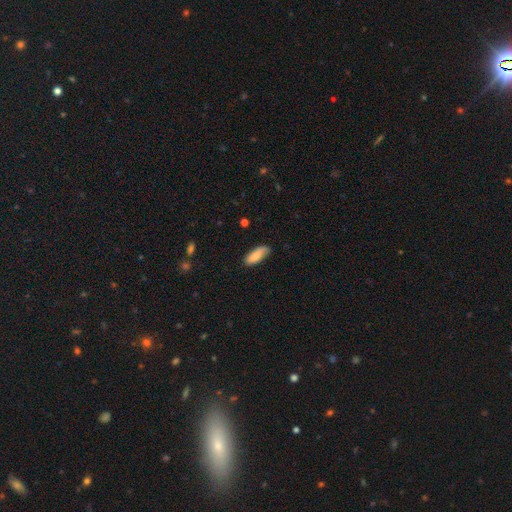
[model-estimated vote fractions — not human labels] Smooth or featured: smooth — 80% (featured or disk — 14%)
How rounded: in between — 73% (cigar-shaped — 25%)
Merging: none — 76% (minor disturbance — 20%)